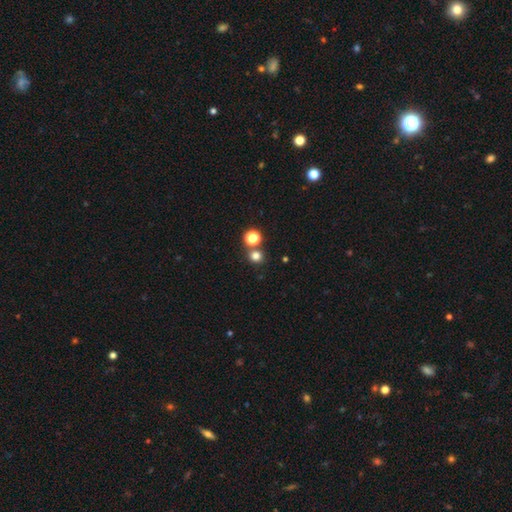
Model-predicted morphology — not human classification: Smooth or featured? Predicted: smooth (p=0.76). How rounded? Predicted: round (p=0.90). Merging? Predicted: none (p=0.72).